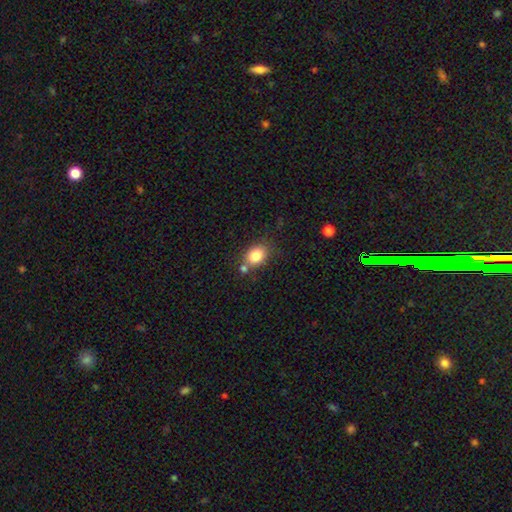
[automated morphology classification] smooth_or_featured: smooth (p=0.82) [alt: star or artifact p=0.10]
how_rounded: in between (p=0.58) [alt: round p=0.41]
merging: none (p=0.64) [alt: merger p=0.17]